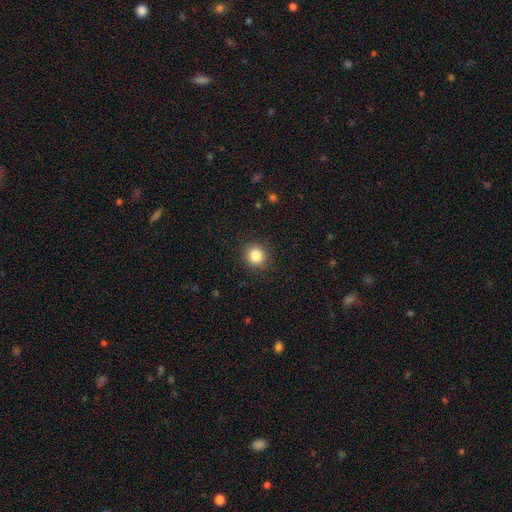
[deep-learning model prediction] Morphology: type=smooth (85%); roundness=round (90%); merging=none (90%).